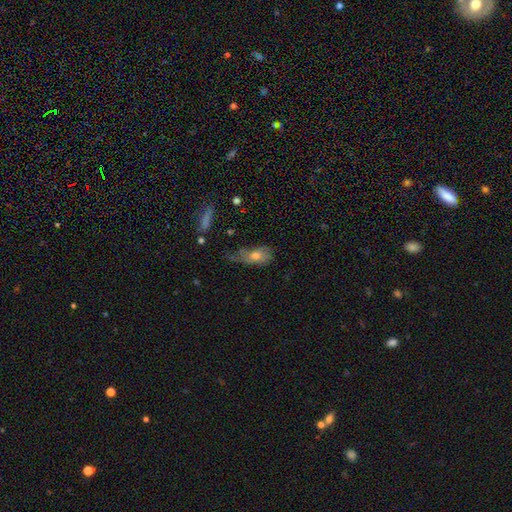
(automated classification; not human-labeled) A smooth galaxy with no disk features (63%) that is in between round and cigar-shaped (80%). Merging: minor disturbance (36%).